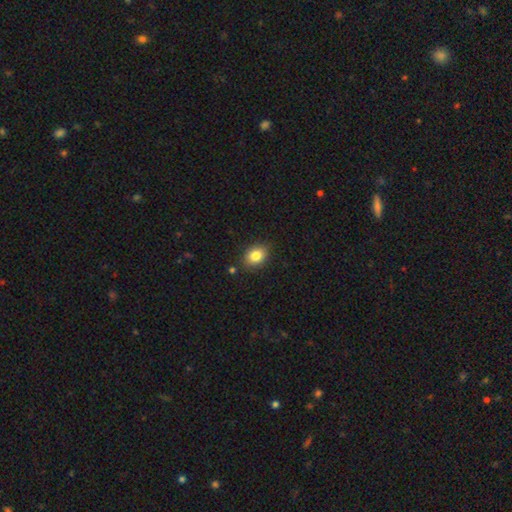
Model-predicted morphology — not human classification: A smooth galaxy with no disk features (83%) that is in between round and cigar-shaped (64%).

Vote fractions:
- Smooth or featured? smooth: 83% / star or artifact: 10% / featured or disk: 7%
- How rounded? in between: 64% / round: 35% / cigar-shaped: 1%
- Merging? none: 84% / minor disturbance: 12% / major disturbance: 2% / merger: 2%